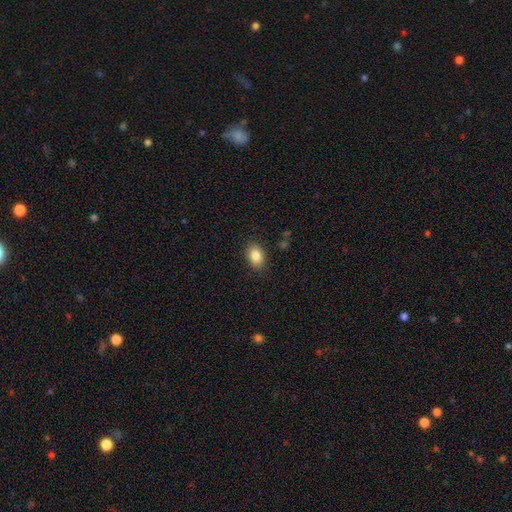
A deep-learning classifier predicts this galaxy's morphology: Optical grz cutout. It shows a smooth galaxy with no disk features (85%) that is in between round and cigar-shaped (77%). Merging: none (88%).